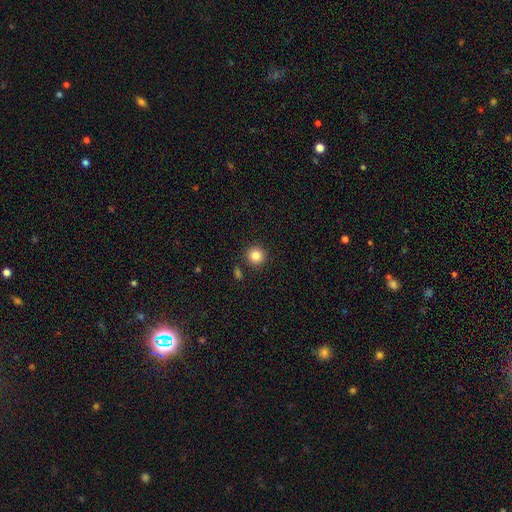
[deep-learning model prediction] The model was most divided on "smooth or featured": smooth: 83%, star or artifact: 11%, featured or disk: 6%. More confident: how rounded — round (95%); merging — none (88%).